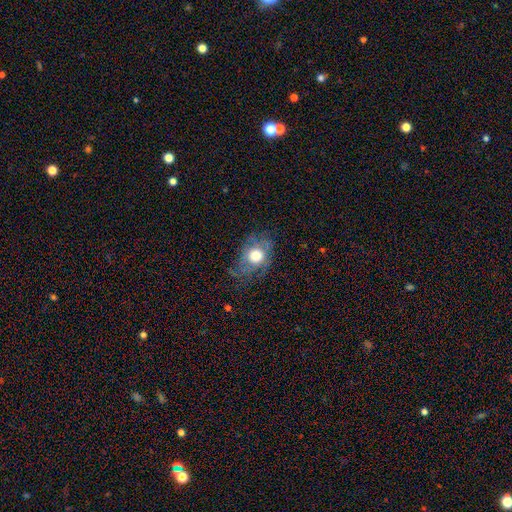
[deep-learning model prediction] Smooth or featured? Predicted: smooth (p=0.49). Merging? Predicted: none (p=0.57).